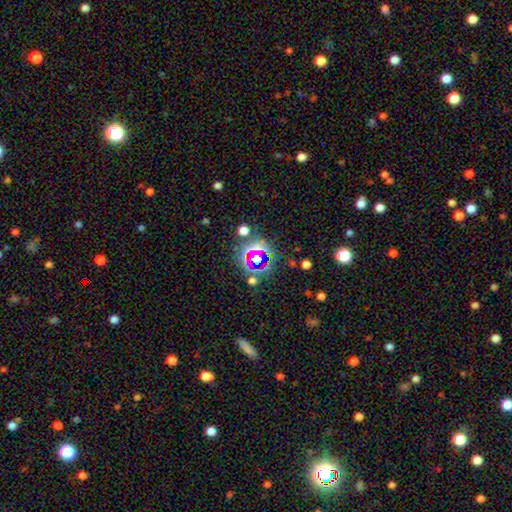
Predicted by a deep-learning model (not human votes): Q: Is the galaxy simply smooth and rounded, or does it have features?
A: star or artifact — 67%.